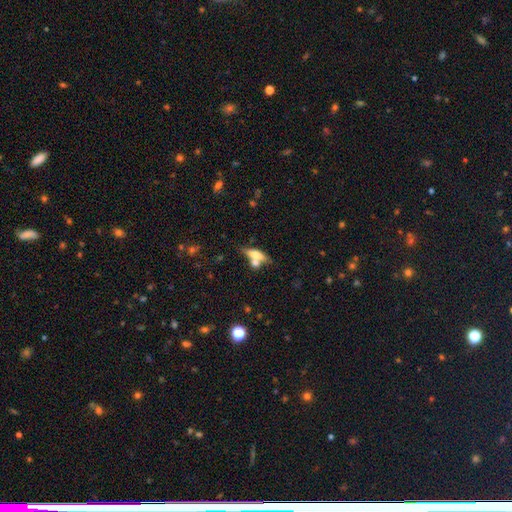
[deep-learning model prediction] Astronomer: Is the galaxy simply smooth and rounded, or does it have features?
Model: featured or disk — 46% (runner-up: smooth, 45%).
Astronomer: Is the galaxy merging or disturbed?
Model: none — 49% (runner-up: merger, 34%).